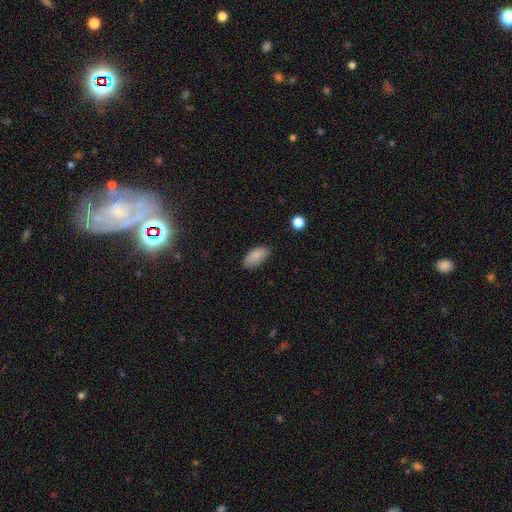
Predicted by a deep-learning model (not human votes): Smooth or featured: smooth — 86% (star or artifact — 8%)
How rounded: in between — 92% (cigar-shaped — 5%)
Merging: none — 77% (minor disturbance — 18%)